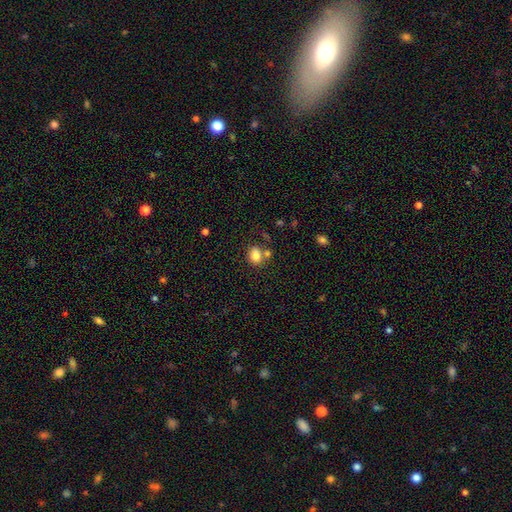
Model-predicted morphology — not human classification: Smooth or featured? smooth (81%)
How rounded? round (57%)
Merging? none (63%)